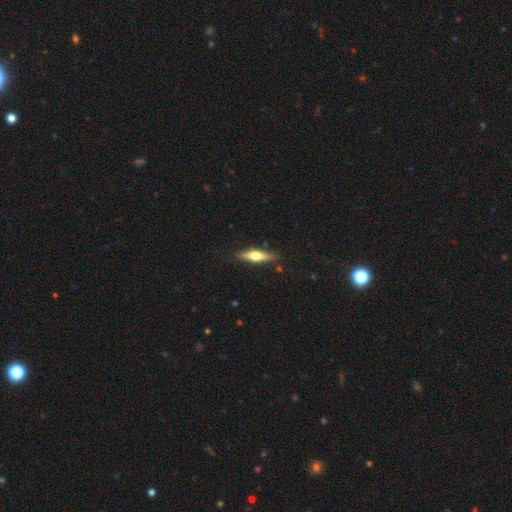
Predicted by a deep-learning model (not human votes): A smooth galaxy with no disk features (48%). Merging: none (84%).